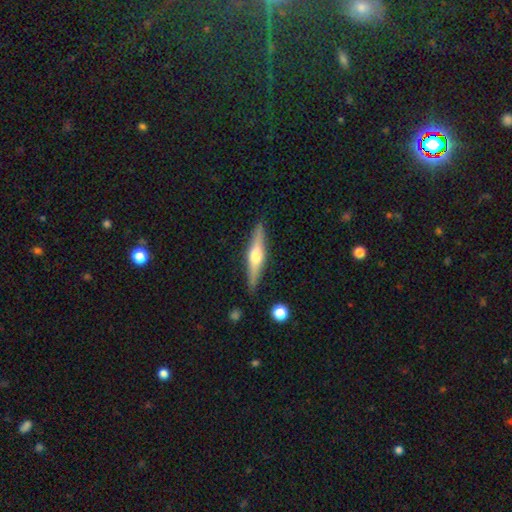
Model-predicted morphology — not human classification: Smooth or featured?
  - featured or disk: 62% *
  - smooth: 32%
  - star or artifact: 6%
Edge-on disk?
  - yes: 96% *
  - no: 4%
Edge-on bulge?
  - rounded: 92% *
  - boxy: 5%
  - none: 4%
Merging?
  - none: 88% *
  - minor disturbance: 9%
  - major disturbance: 2%
  - merger: 2%